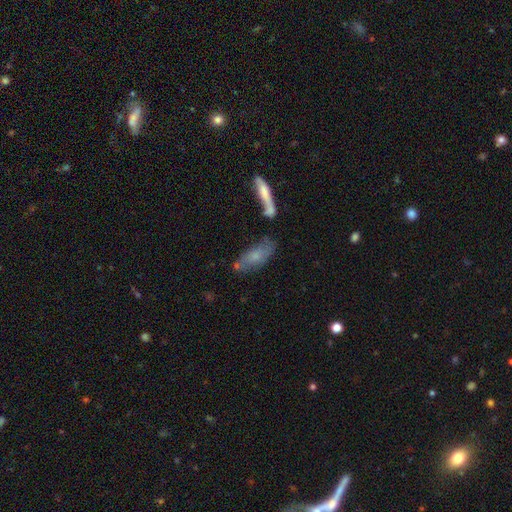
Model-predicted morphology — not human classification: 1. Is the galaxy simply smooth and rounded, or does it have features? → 62% smooth, 30% featured or disk, 8% star or artifact.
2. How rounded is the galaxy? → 65% in between, 32% cigar-shaped, 3% round.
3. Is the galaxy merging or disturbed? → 51% none, 22% minor disturbance, 19% merger, 9% major disturbance.